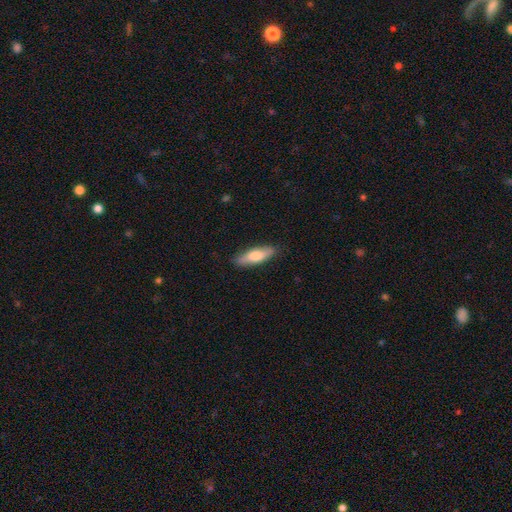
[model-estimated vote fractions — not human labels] This appears to be a smooth galaxy with no disk features (70%) that is cigar-shaped (50%). Merging: none (86%).